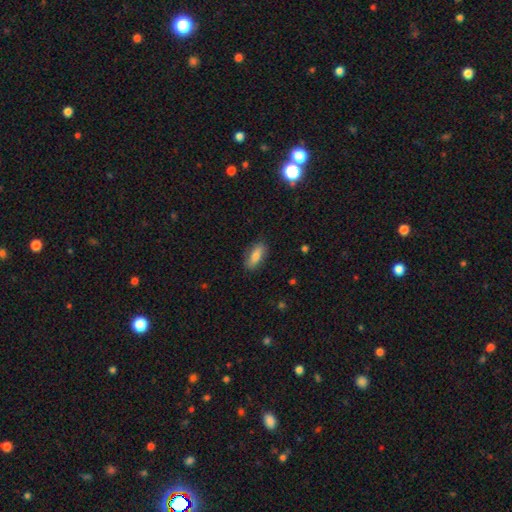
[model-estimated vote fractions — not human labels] Smooth or featured? smooth (79%)
How rounded? in between (80%)
Merging? none (82%)